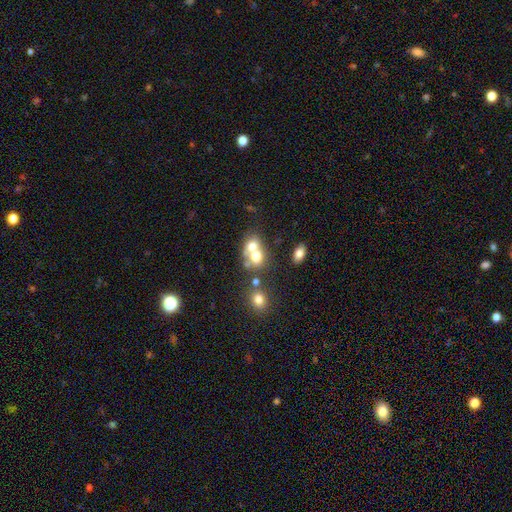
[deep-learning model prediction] smooth-or-featured: smooth: 65% | featured or disk: 23% | star or artifact: 12%
  how-rounded: round: 58% | in between: 41% | cigar-shaped: 1%
  merging: merger: 65% | none: 24% | minor disturbance: 7% | major disturbance: 4%